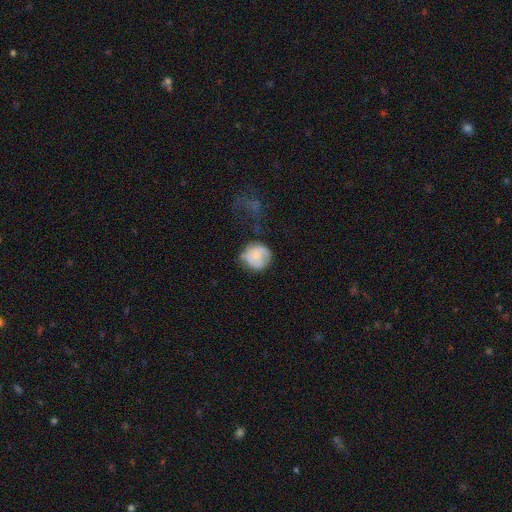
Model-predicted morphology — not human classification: type=smooth (50%); roundness=round (85%); merging=none (57%).